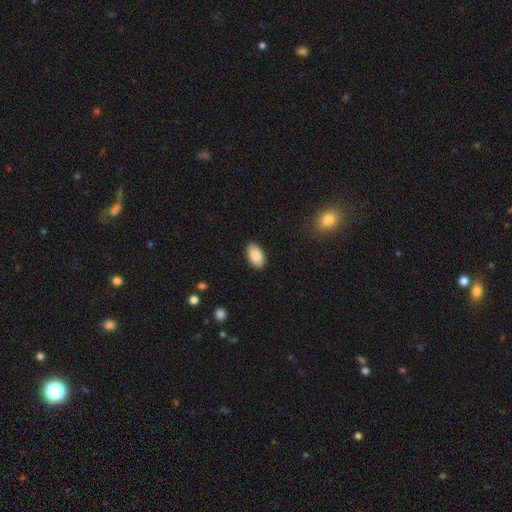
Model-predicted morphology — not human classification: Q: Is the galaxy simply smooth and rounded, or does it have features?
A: smooth — 88%.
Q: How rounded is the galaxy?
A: in between — 95%.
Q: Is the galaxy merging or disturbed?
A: none — 89%.